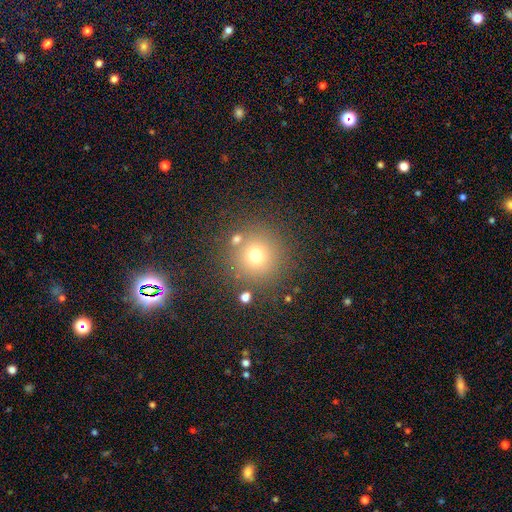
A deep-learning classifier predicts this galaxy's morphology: Smooth or featured? smooth (70%)
How rounded? round (95%)
Merging? none (81%)